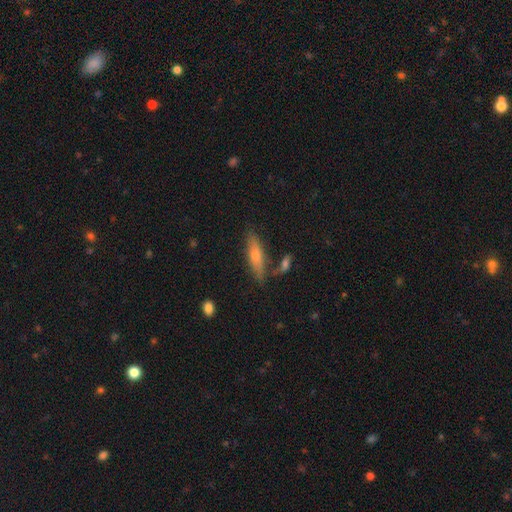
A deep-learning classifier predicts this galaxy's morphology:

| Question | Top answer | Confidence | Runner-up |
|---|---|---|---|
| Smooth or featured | smooth | 63% | featured or disk (29%) |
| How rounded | cigar-shaped | 60% | in between (38%) |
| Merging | none | 69% | minor disturbance (17%) |